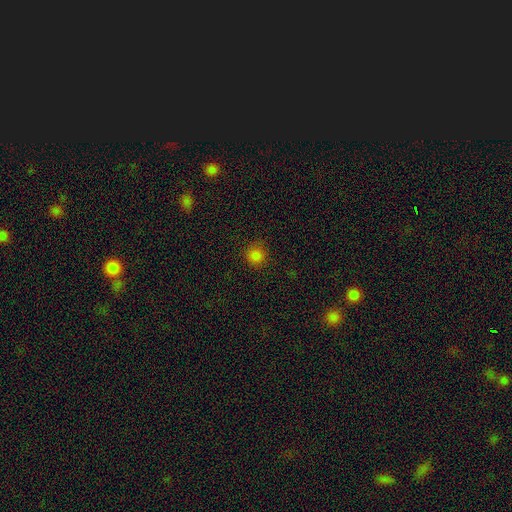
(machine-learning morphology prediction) type=smooth (82%); roundness=round (93%); merging=none (86%).